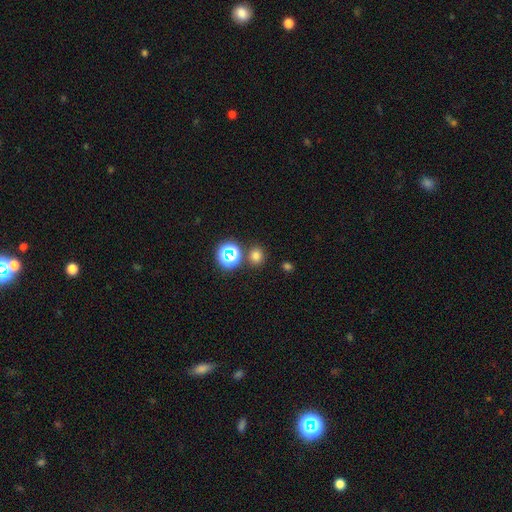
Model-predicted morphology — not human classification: Smooth or featured? Predicted: smooth (p=0.72). How rounded? Predicted: round (p=0.80). Merging? Predicted: none (p=0.82).